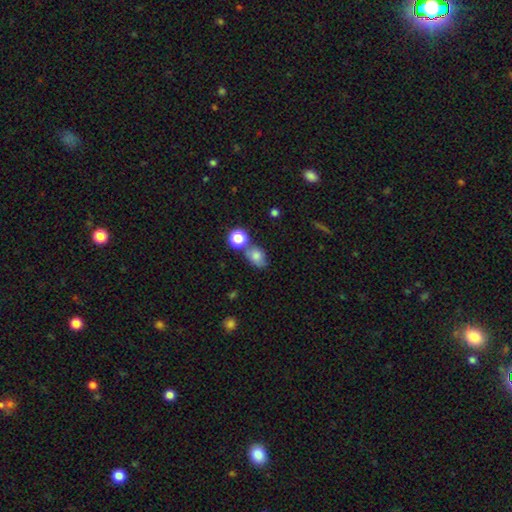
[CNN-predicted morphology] This appears to be a smooth galaxy with no disk features (74%) that is in between round and cigar-shaped (65%). Merging: none (49%).